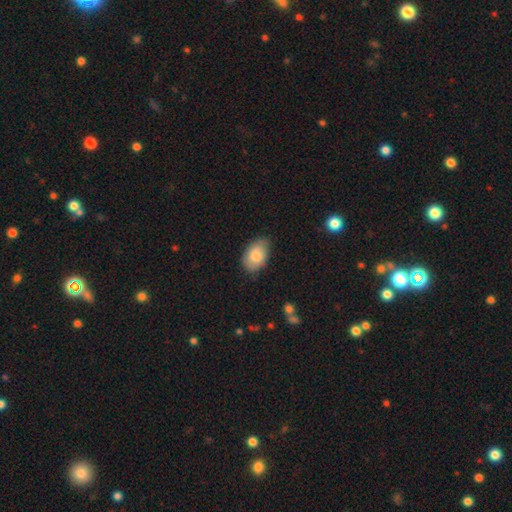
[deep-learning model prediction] Smooth or featured: smooth — 80% (featured or disk — 13%)
How rounded: in between — 89% (round — 10%)
Merging: none — 71% (minor disturbance — 24%)